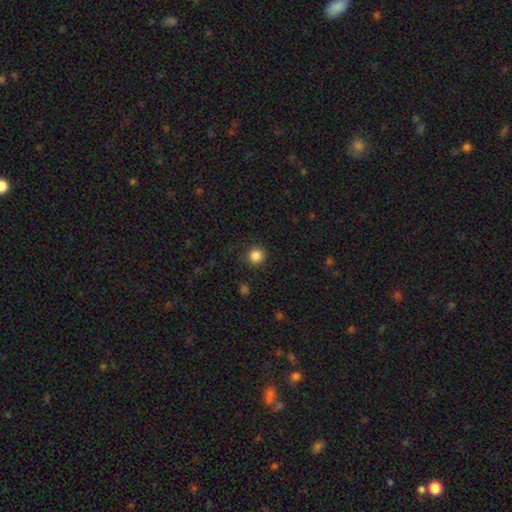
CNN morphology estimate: A smooth galaxy with no disk features (86%) that is round (94%).

Vote fractions:
- Smooth or featured? smooth: 86% / star or artifact: 11% / featured or disk: 3%
- How rounded? round: 94% / in between: 5% / cigar-shaped: 1%
- Merging? none: 90% / minor disturbance: 6% / major disturbance: 2% / merger: 1%